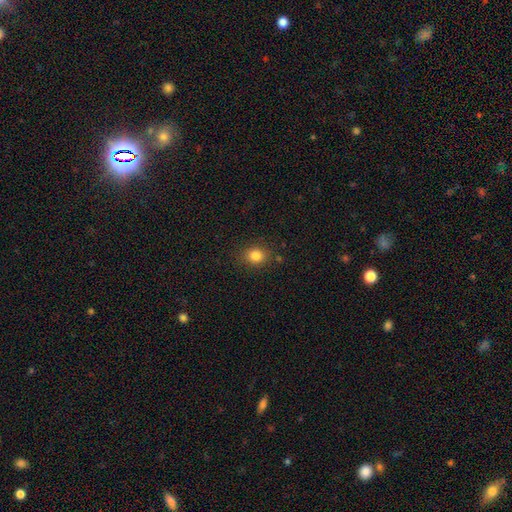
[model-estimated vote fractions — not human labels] smooth_or_featured: smooth (p=0.82) [alt: star or artifact p=0.12]
how_rounded: round (p=0.69) [alt: in between p=0.31]
merging: none (p=0.85) [alt: minor disturbance p=0.10]